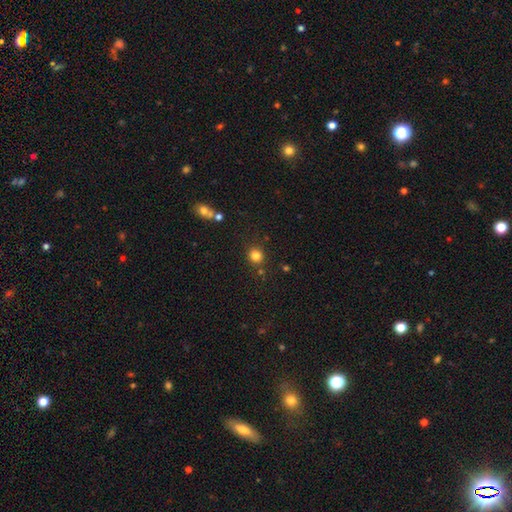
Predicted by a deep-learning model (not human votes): Smooth or featured?
  - smooth: 80% *
  - star or artifact: 14%
  - featured or disk: 5%
How rounded?
  - round: 87% *
  - in between: 12%
  - cigar-shaped: 1%
Merging?
  - none: 84% *
  - minor disturbance: 8%
  - merger: 5%
  - major disturbance: 3%